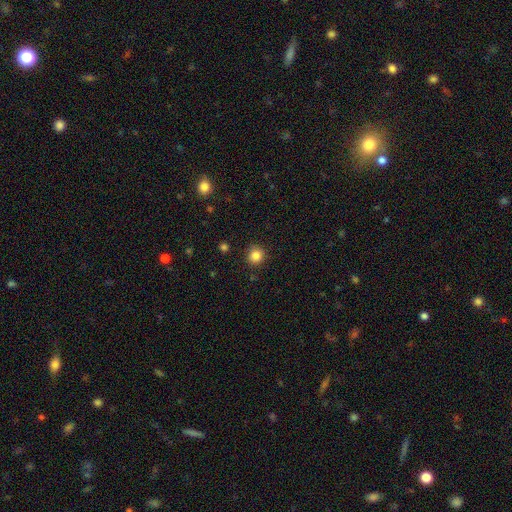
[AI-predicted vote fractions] Smooth or featured: smooth — 84% (star or artifact — 11%)
How rounded: round — 90% (in between — 9%)
Merging: none — 90% (minor disturbance — 6%)